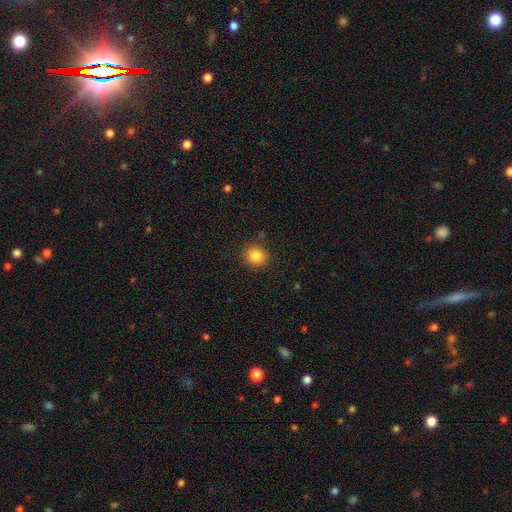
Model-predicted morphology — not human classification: smooth_or_featured: smooth (p=0.85) [alt: star or artifact p=0.10]
how_rounded: round (p=0.77) [alt: in between p=0.23]
merging: none (p=0.87) [alt: minor disturbance p=0.09]